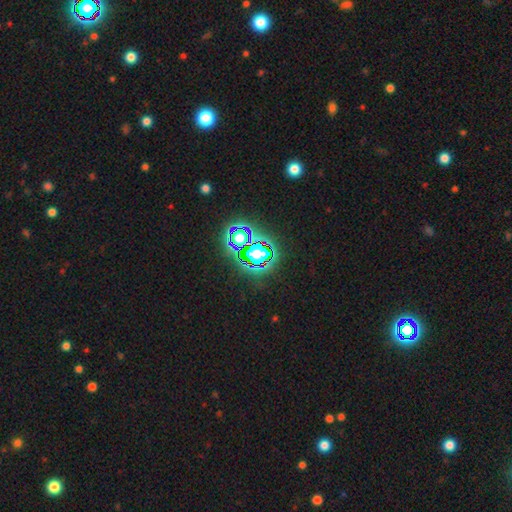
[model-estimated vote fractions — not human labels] This is clearly a star or artifact rather than a galaxy (81%).